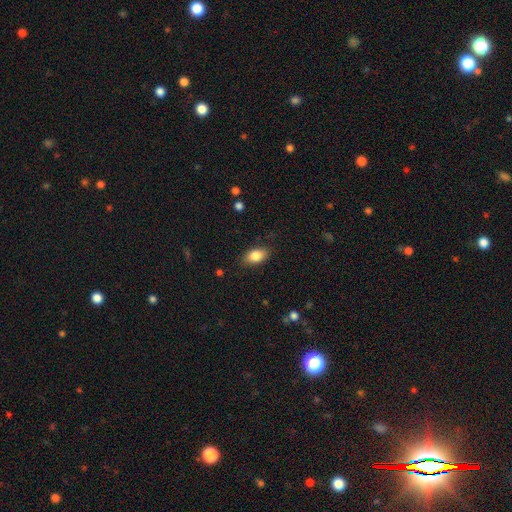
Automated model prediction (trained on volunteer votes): Smooth or featured?
  - smooth: 85% *
  - star or artifact: 8%
  - featured or disk: 7%
How rounded?
  - in between: 89% *
  - round: 9%
  - cigar-shaped: 2%
Merging?
  - none: 85% *
  - minor disturbance: 11%
  - major disturbance: 3%
  - merger: 1%